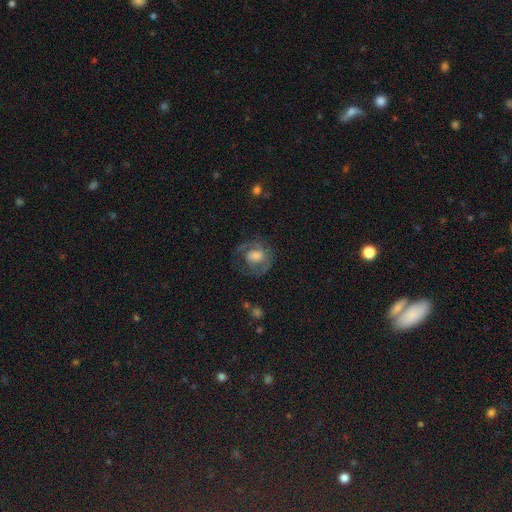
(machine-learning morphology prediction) Smooth or featured? featured or disk (61%)
Edge-on disk? no (97%)
Bar? no (61%)
Spiral arms? yes (74%)
Bulge size? moderate (41%)
Merging? none (62%)